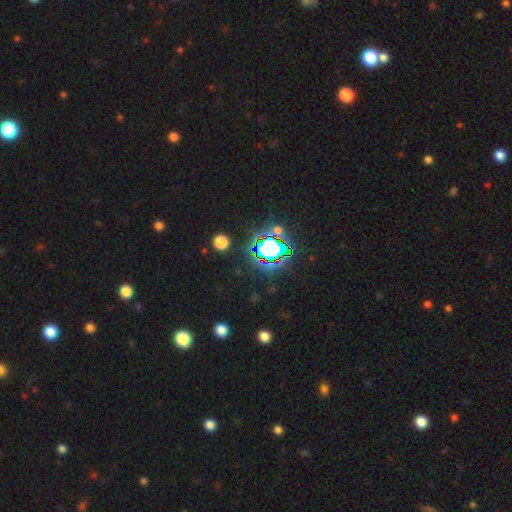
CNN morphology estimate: smooth_or_featured: star or artifact (p=0.83) [alt: smooth p=0.10]